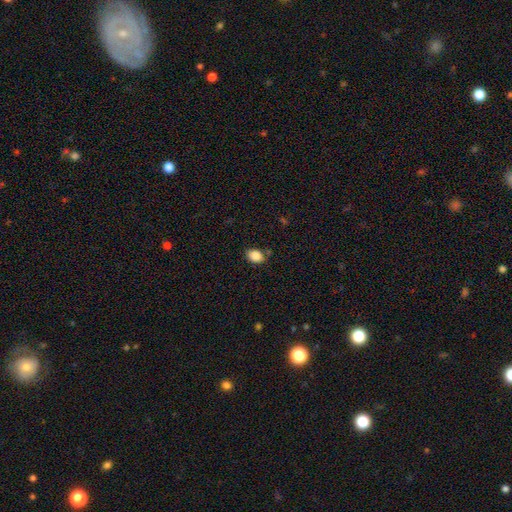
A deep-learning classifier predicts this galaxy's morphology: smooth_or_featured: smooth (p=0.87) [alt: star or artifact p=0.09]
how_rounded: in between (p=0.75) [alt: round p=0.24]
merging: none (p=0.79) [alt: minor disturbance p=0.14]